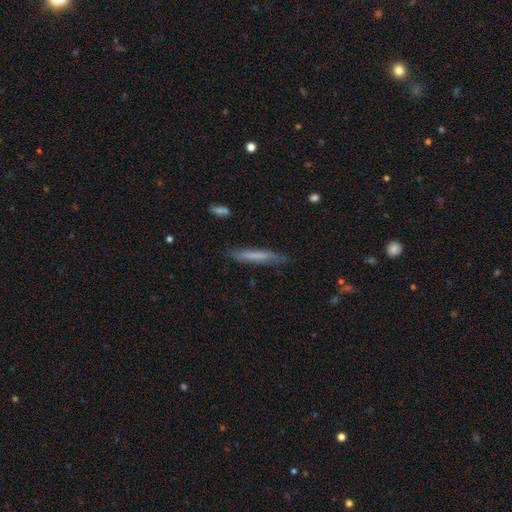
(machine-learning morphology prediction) Overall: smooth (62%; featured or disk 30%). How rounded: cigar-shaped (93%). Merging: none (80%).